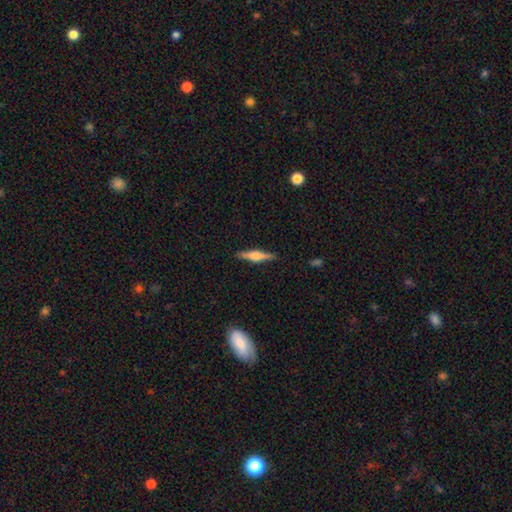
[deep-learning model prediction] A featured or disk galaxy (66%) viewed edge-on (98%) with a rounded central bulge (91%).

Vote fractions:
- Smooth or featured? featured or disk: 66% / smooth: 28% / star or artifact: 6%
- Edge-on disk? yes: 98% / no: 2%
- Edge-on bulge? rounded: 91% / boxy: 7% / none: 2%
- Merging? none: 90% / minor disturbance: 7% / major disturbance: 2% / merger: 1%